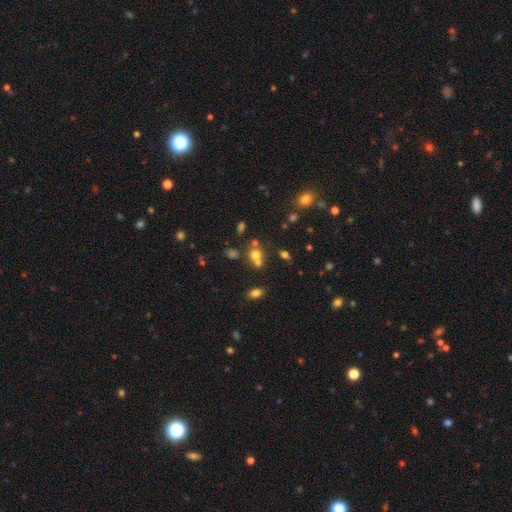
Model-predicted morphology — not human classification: Smooth or featured: smooth — 64% (star or artifact — 22%)
How rounded: round — 72% (in between — 26%)
Merging: none — 44% (merger — 41%)